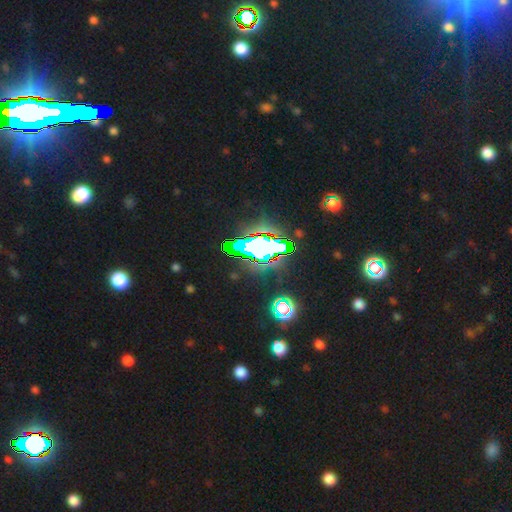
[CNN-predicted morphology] The model was most divided on "smooth or featured": star or artifact: 78%, smooth: 12%, featured or disk: 10%.